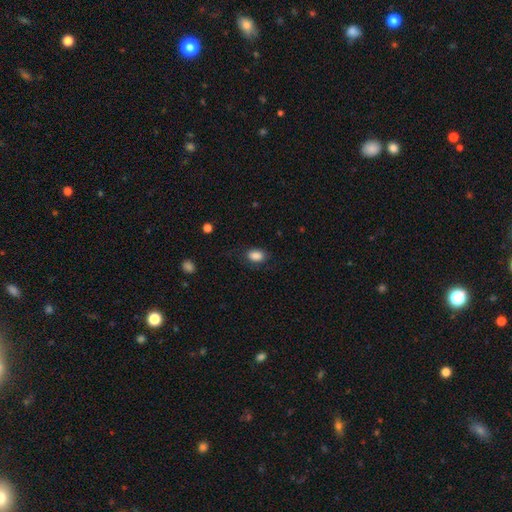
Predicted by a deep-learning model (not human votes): This is clearly a smooth galaxy (87%). How rounded: clearly in between (83%). Merging: likely none (79%).